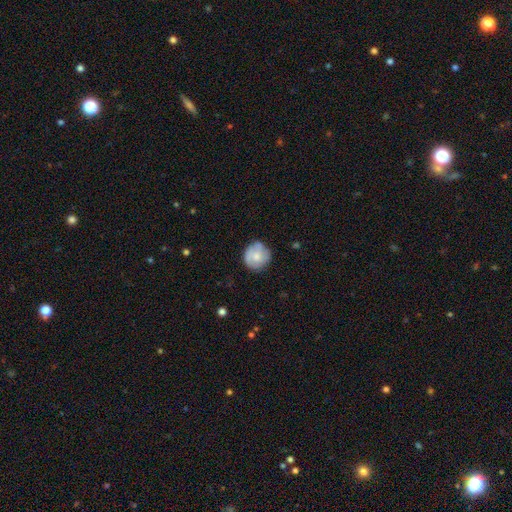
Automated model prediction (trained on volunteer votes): Q: Smooth or featured?
A: smooth (63%); runner-up: featured or disk (30%)
Q: How rounded?
A: round (91%); runner-up: in between (8%)
Q: Merging?
A: none (74%); runner-up: minor disturbance (19%)